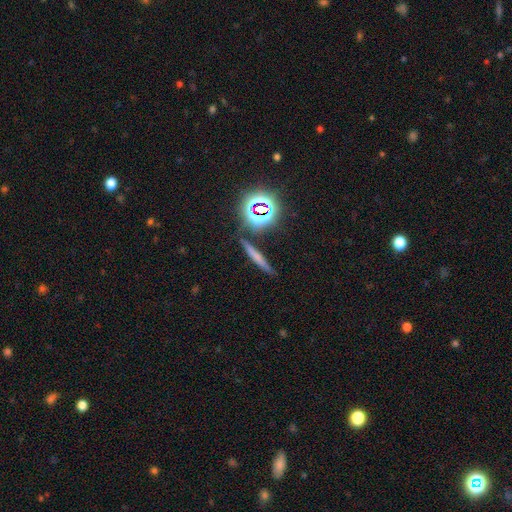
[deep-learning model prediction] This is possibly a smooth galaxy (54%). How rounded: clearly cigar-shaped (88%). Merging: clearly none (82%).